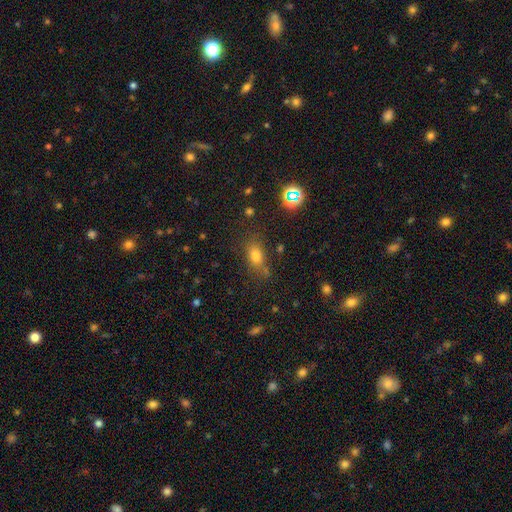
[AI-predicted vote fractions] smooth 73%, star or artifact 18%, featured or disk 10%. Down the decision tree: how rounded — in between (73%); merging — none (71%).